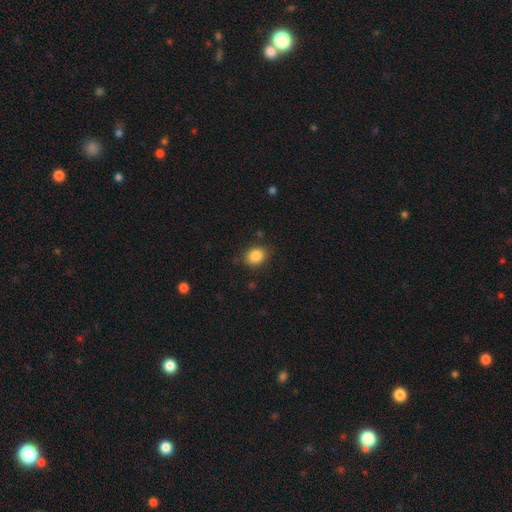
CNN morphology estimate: The model was most divided on "how rounded": round: 55%, in between: 44%, cigar-shaped: 1%. More confident: smooth or featured — smooth (86%); merging — none (83%).